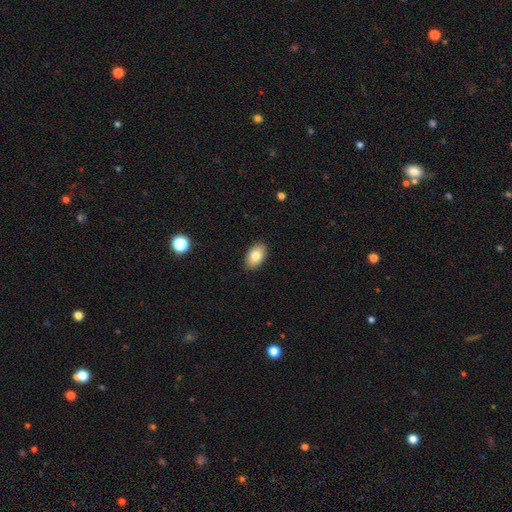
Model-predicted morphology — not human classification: Q: Smooth or featured?
A: smooth (82%); runner-up: featured or disk (11%)
Q: How rounded?
A: in between (92%); runner-up: round (7%)
Q: Merging?
A: none (89%); runner-up: minor disturbance (8%)